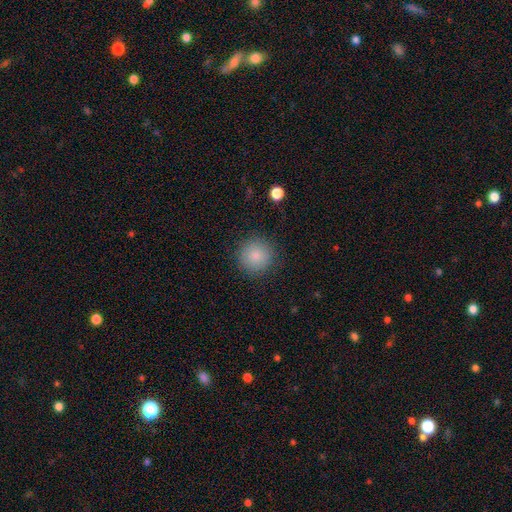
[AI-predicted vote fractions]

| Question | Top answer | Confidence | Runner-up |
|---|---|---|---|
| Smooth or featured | smooth | 84% | star or artifact (9%) |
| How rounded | round | 95% | in between (4%) |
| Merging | none | 89% | minor disturbance (7%) |